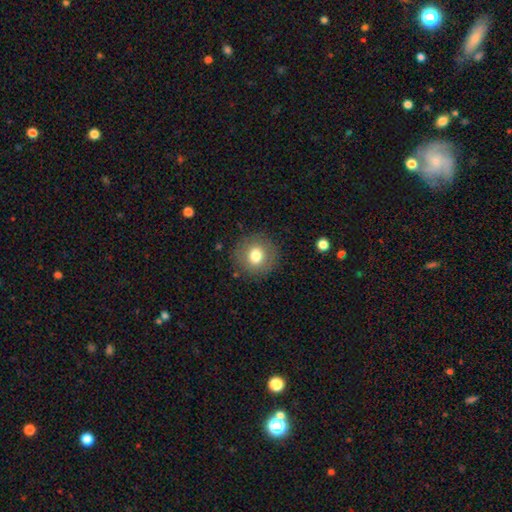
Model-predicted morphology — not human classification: smooth 76%, featured or disk 14%, star or artifact 10%. Down the decision tree: how rounded — round (91%); merging — none (88%).